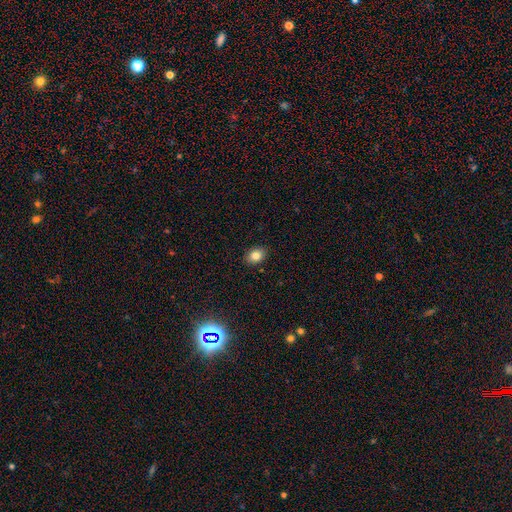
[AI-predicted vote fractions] The model was most divided on "how rounded": in between: 68%, round: 31%, cigar-shaped: 1%. More confident: merging — none (89%); smooth or featured — smooth (82%).